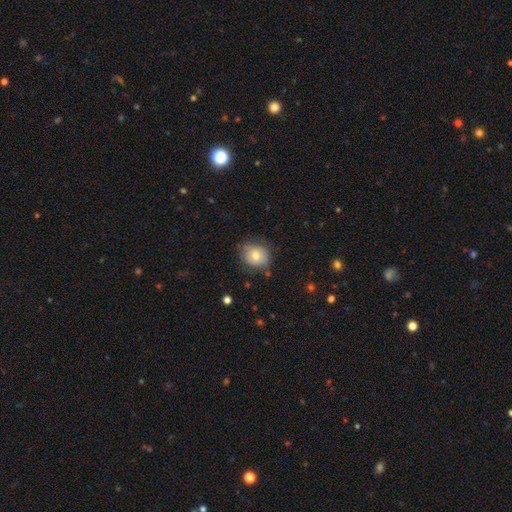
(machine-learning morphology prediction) A smooth galaxy with no disk features (74%) that is round (70%). Merging: none (72%).